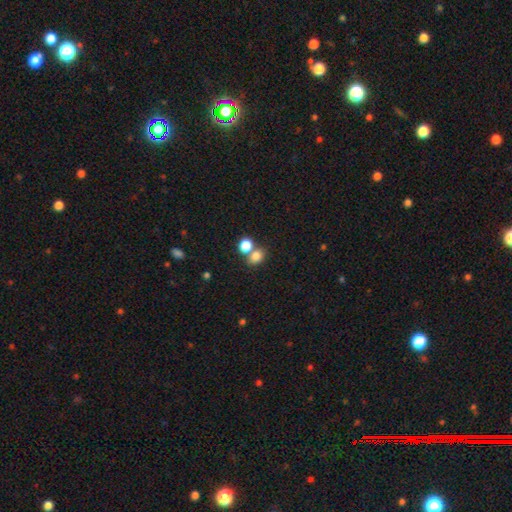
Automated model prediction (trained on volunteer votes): This is clearly a smooth galaxy (80%). How rounded: possibly in between (50%). Merging: possibly none (48%).